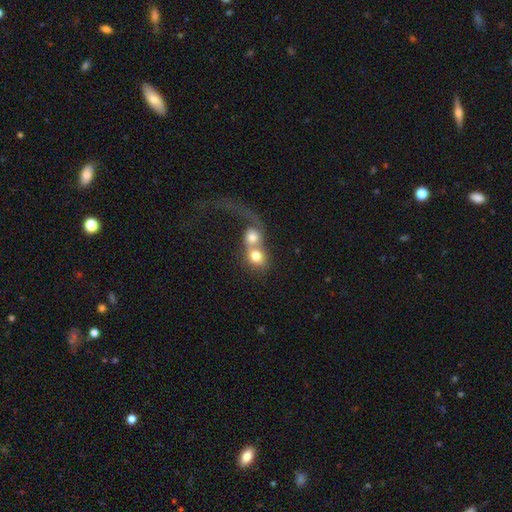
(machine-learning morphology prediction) smooth_or_featured: smooth (p=0.67) [alt: featured or disk p=0.24]
how_rounded: round (p=0.72) [alt: in between p=0.27]
merging: merger (p=0.75) [alt: none p=0.12]